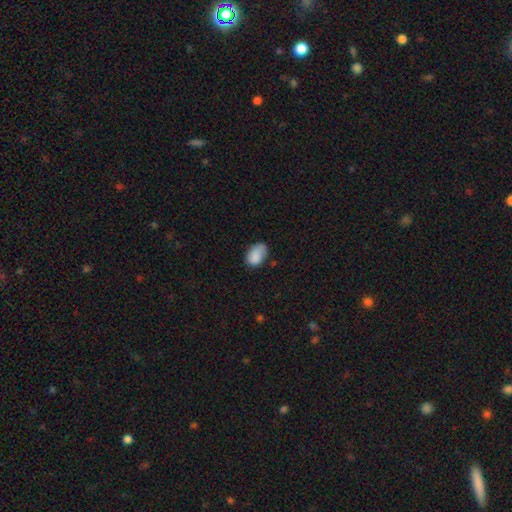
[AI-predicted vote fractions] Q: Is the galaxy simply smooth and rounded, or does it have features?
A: smooth — 85%.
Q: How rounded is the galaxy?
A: in between — 87%.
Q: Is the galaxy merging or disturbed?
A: none — 61%.